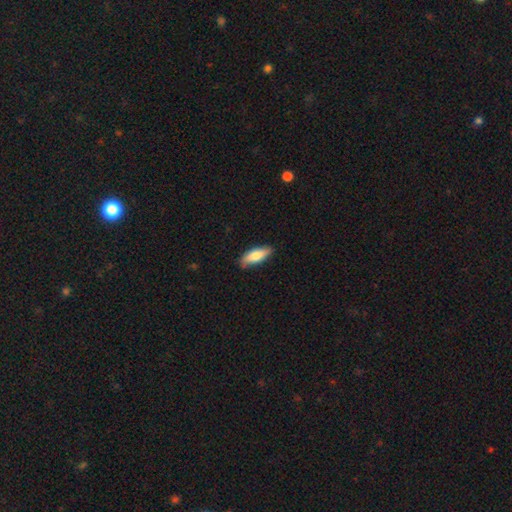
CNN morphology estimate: Overall: smooth (77%). How rounded: in between (65%; cigar-shaped 33%). Merging: none (83%).